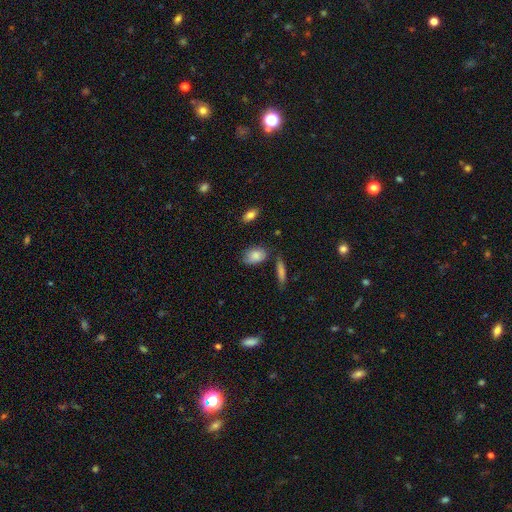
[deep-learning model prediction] The model was most divided on "merging": none: 69%, minor disturbance: 20%, merger: 6%, major disturbance: 5%. More confident: how rounded — in between (86%); smooth or featured — smooth (83%).